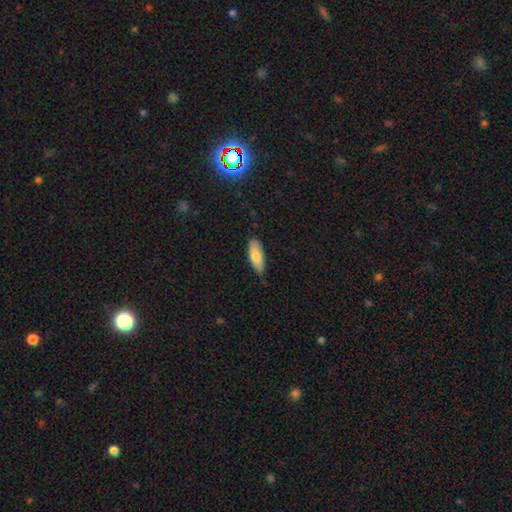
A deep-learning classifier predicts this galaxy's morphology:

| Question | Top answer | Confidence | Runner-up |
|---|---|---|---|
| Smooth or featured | smooth | 81% | featured or disk (13%) |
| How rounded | in between | 73% | cigar-shaped (25%) |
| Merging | none | 73% | minor disturbance (23%) |